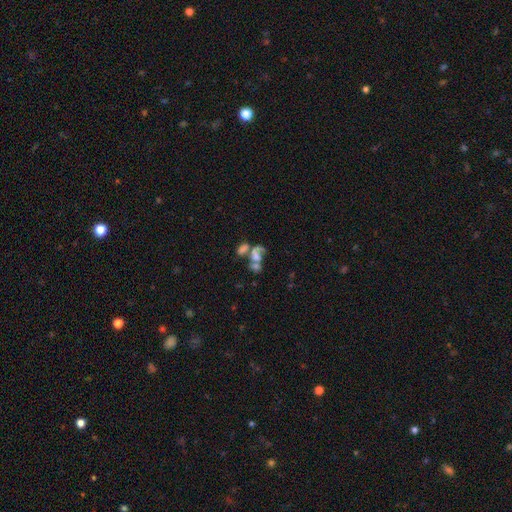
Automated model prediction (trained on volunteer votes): A smooth galaxy with no disk features (44%).

Vote fractions:
- Smooth or featured? smooth: 44% / featured or disk: 40% / star or artifact: 16%
- Merging? merger: 59% / none: 17% / major disturbance: 16% / minor disturbance: 8%